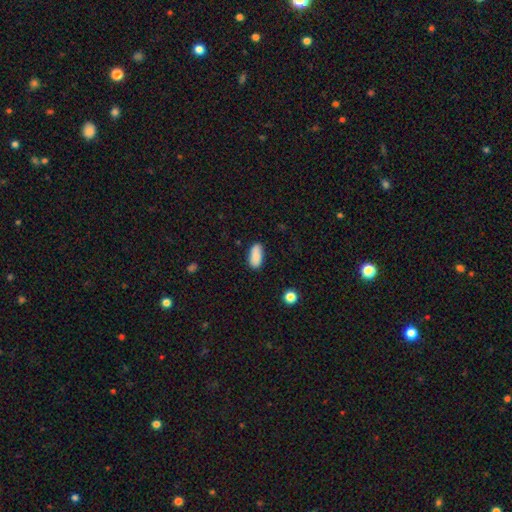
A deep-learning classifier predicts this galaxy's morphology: Overall: smooth (87%). How rounded: in between (89%). Merging: none (82%).